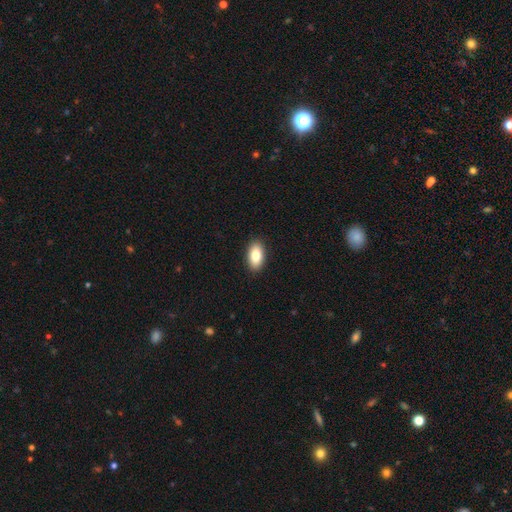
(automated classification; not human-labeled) smooth 84%, featured or disk 9%, star or artifact 7%. Down the decision tree: how rounded — in between (93%); merging — none (91%).